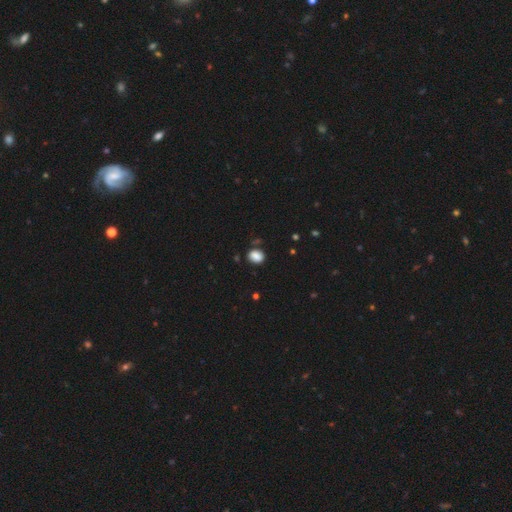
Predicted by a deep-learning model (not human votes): Smooth or featured?
  - smooth: 85% *
  - star or artifact: 10%
  - featured or disk: 5%
How rounded?
  - in between: 60% *
  - round: 39%
  - cigar-shaped: 1%
Merging?
  - none: 77% *
  - minor disturbance: 15%
  - major disturbance: 4%
  - merger: 4%